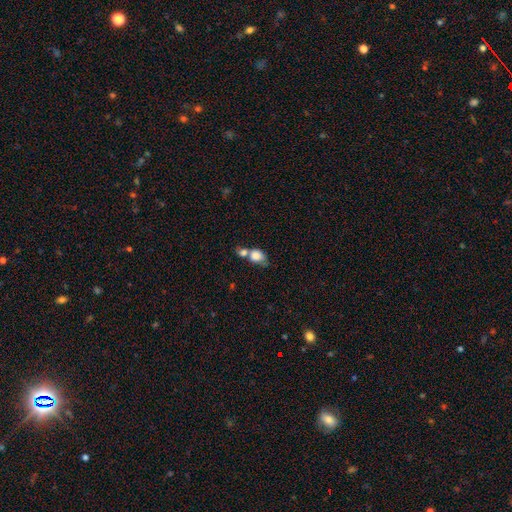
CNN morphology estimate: This appears to be a smooth galaxy with no disk features (78%) that is in between round and cigar-shaped (62%). Merging: merger (57%).